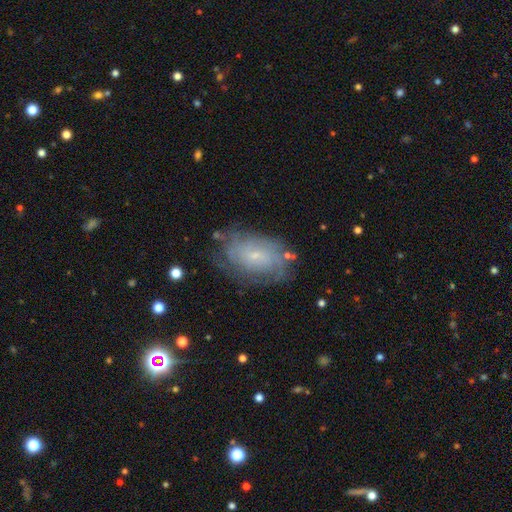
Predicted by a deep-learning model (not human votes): This appears to be a featured or disk galaxy (67%) with no bar (70%), tight (62%) spiral arms (82%) and a small central bulge (79%). Merging: none (67%).